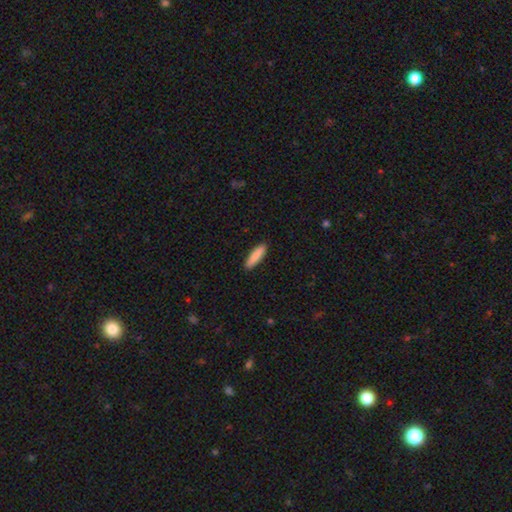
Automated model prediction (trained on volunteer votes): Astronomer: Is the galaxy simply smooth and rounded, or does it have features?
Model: smooth — 87%.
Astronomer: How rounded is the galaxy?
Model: cigar-shaped — 69%.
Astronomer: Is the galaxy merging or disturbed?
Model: none — 90%.